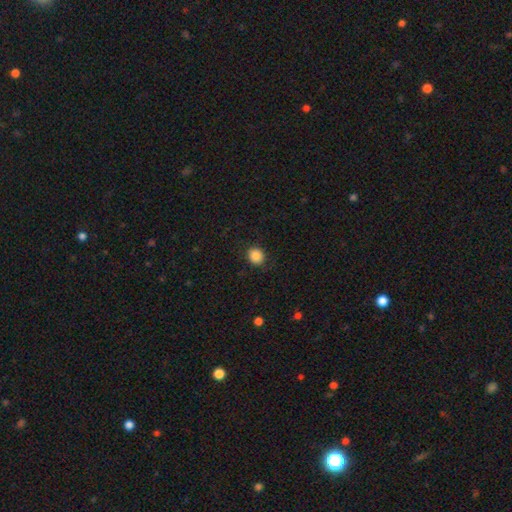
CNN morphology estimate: This is clearly a smooth galaxy (87%). How rounded: likely round (75%). Merging: clearly none (87%).